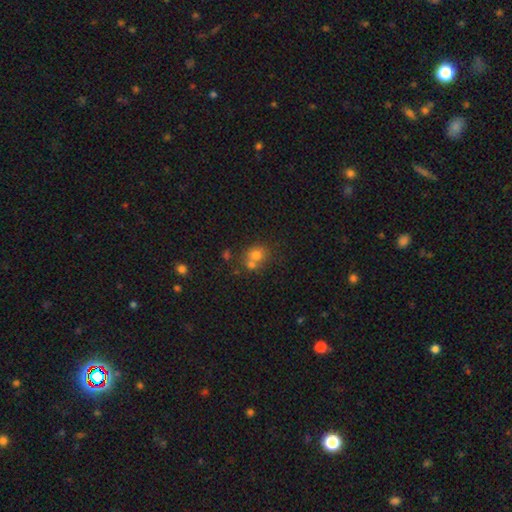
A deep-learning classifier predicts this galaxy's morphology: Smooth or featured? Predicted: smooth (p=0.69). How rounded? Predicted: round (p=0.76). Merging? Predicted: merger (p=0.45).